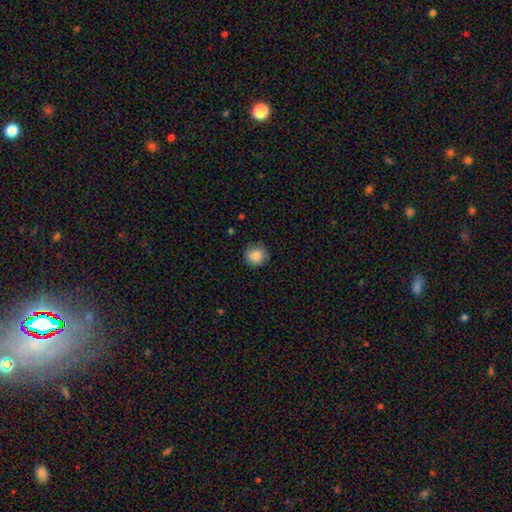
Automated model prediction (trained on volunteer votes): This appears to be a smooth galaxy with no disk features (87%) that is round (90%). Merging: none (84%).